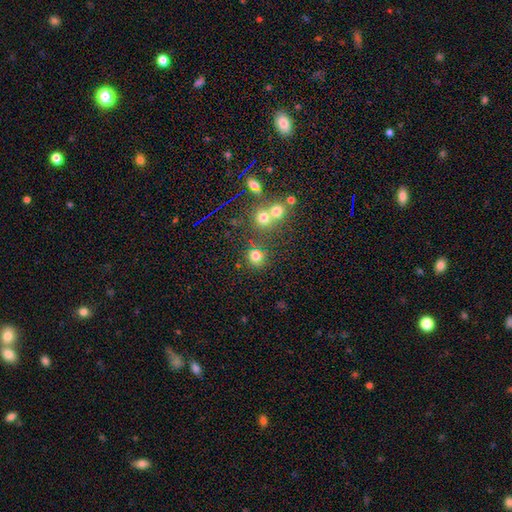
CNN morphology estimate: This is likely a smooth galaxy (74%). How rounded: clearly round (90%). Merging: likely none (73%).